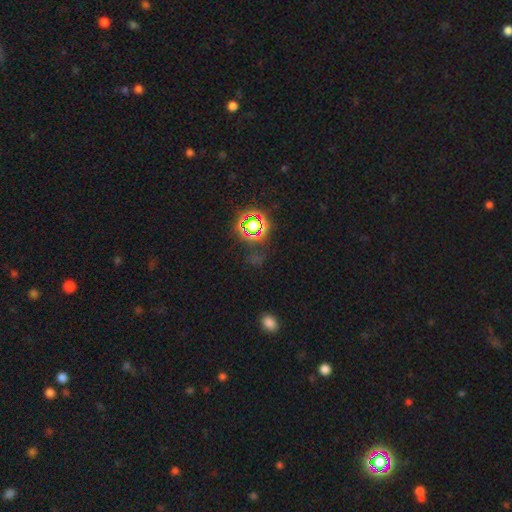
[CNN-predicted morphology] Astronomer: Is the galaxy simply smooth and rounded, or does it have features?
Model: star or artifact — 69%.